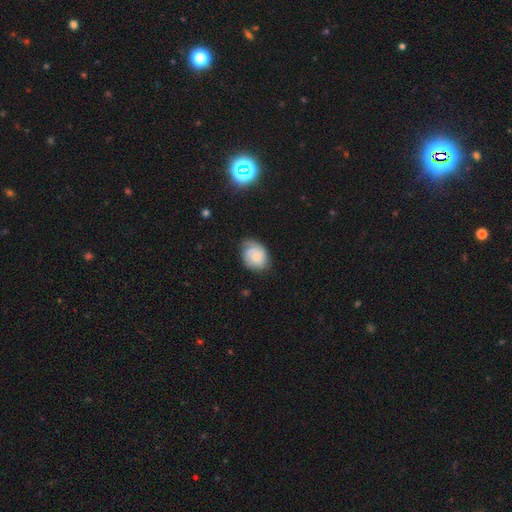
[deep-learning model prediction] Overall: smooth (51%; featured or disk 41%). How rounded: in between (57%; round 42%). Merging: none (60%; minor disturbance 29%).